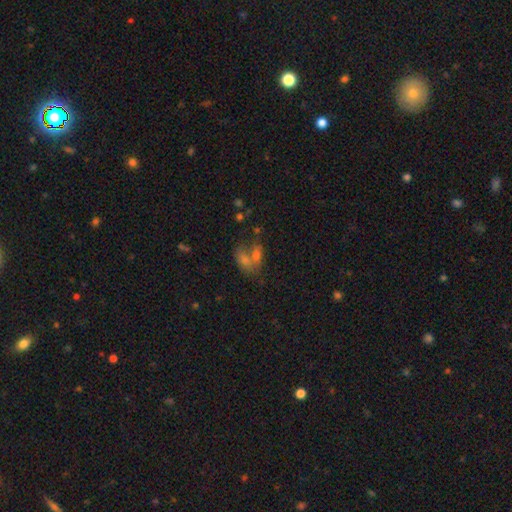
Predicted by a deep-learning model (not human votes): smooth_or_featured: smooth (p=0.60) [alt: featured or disk p=0.20]
how_rounded: in between (p=0.79) [alt: round p=0.16]
merging: merger (p=0.57) [alt: none p=0.27]